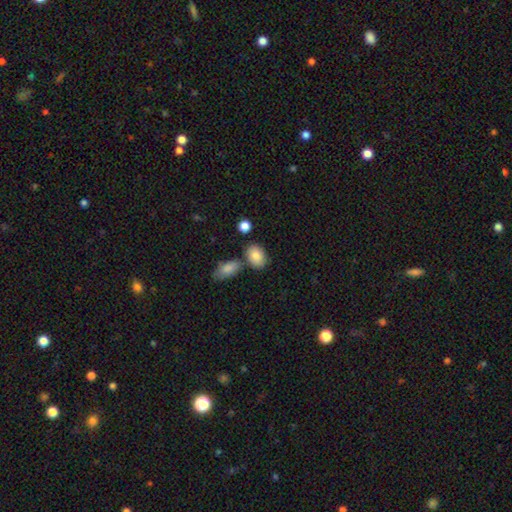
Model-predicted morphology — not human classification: smooth_or_featured: smooth (p=0.85) [alt: featured or disk p=0.08]
how_rounded: in between (p=0.81) [alt: round p=0.18]
merging: none (p=0.68) [alt: merger p=0.15]